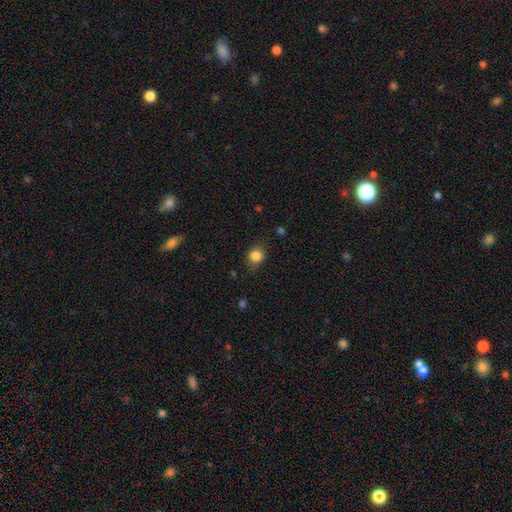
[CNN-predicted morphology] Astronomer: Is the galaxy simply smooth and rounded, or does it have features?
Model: smooth — 85%.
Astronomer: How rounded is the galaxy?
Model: round — 76%.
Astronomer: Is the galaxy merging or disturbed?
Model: none — 81%.